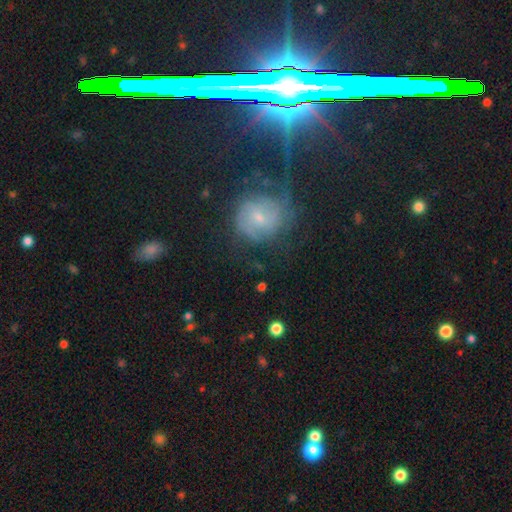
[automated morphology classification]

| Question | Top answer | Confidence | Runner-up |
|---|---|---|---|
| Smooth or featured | star or artifact | 53% | featured or disk (28%) |